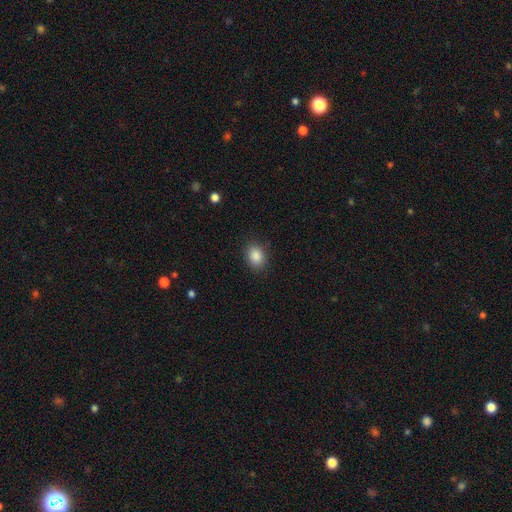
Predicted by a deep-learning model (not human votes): The model was most divided on "how rounded": in between: 65%, round: 33%, cigar-shaped: 1%. More confident: smooth or featured — smooth (87%); merging — none (87%).